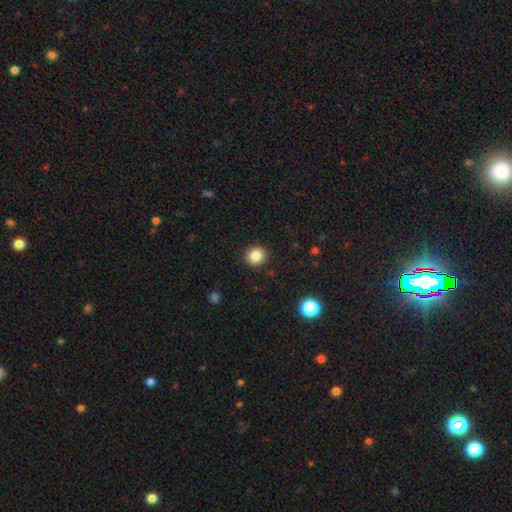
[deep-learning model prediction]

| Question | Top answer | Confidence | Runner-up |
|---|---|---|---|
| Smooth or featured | smooth | 86% | star or artifact (10%) |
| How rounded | round | 87% | in between (12%) |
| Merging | none | 91% | minor disturbance (6%) |